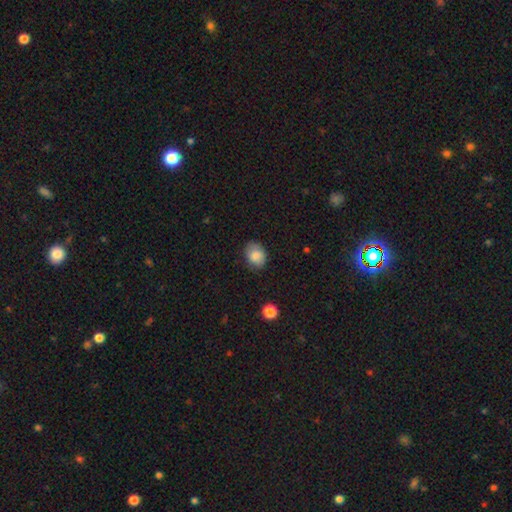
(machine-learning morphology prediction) Smooth or featured: smooth — 84% (featured or disk — 8%)
How rounded: in between — 63% (round — 36%)
Merging: none — 79% (minor disturbance — 17%)